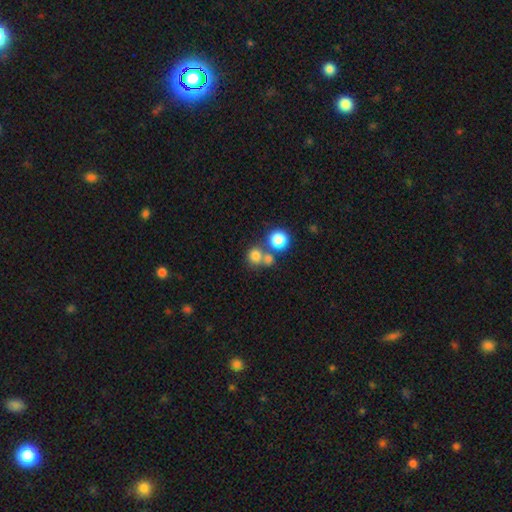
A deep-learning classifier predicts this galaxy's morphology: Q: Smooth or featured?
A: smooth (77%); runner-up: star or artifact (14%)
Q: How rounded?
A: round (86%); runner-up: in between (13%)
Q: Merging?
A: none (52%); runner-up: merger (37%)